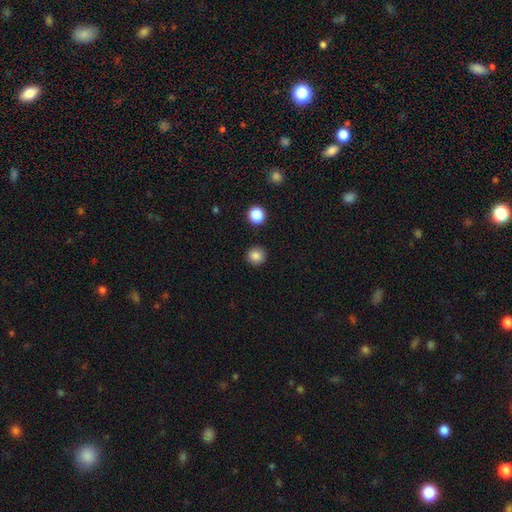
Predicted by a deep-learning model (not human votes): This appears to be a smooth galaxy with no disk features (85%) that is round (93%). Merging: none (91%).